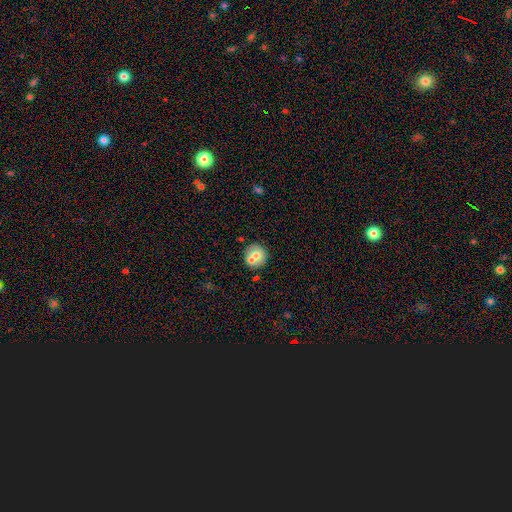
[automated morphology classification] type=smooth (65%); roundness=round (89%); merging=none (61%).